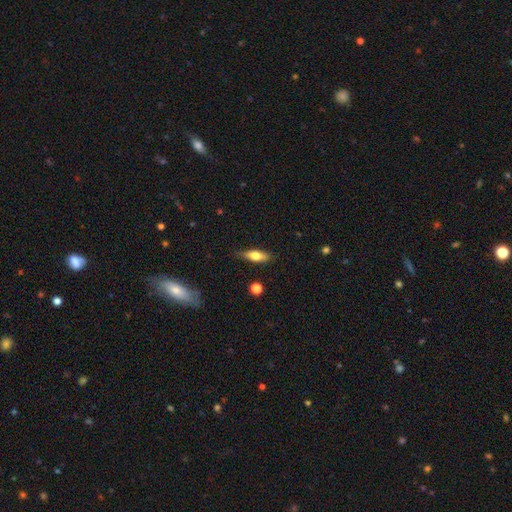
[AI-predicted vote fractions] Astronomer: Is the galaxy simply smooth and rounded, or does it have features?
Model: smooth — 61%.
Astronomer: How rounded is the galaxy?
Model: in between — 53% (runner-up: cigar-shaped, 43%).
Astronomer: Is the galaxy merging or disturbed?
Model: none — 80%.